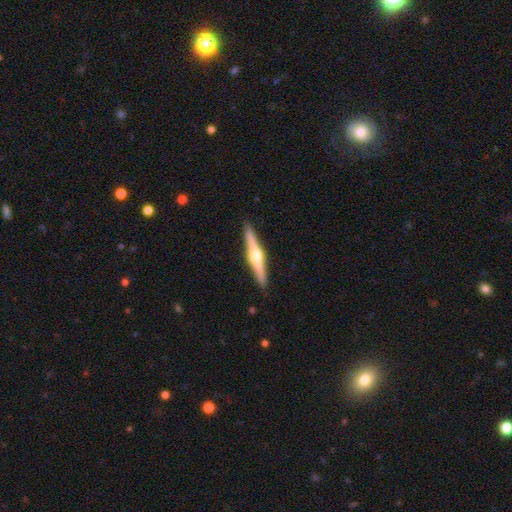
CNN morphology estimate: Smooth or featured?
  - featured or disk: 74% *
  - smooth: 21%
  - star or artifact: 5%
Edge-on disk?
  - yes: 98% *
  - no: 2%
Edge-on bulge?
  - rounded: 93% *
  - boxy: 5%
  - none: 3%
Merging?
  - none: 91% *
  - minor disturbance: 6%
  - major disturbance: 1%
  - merger: 1%